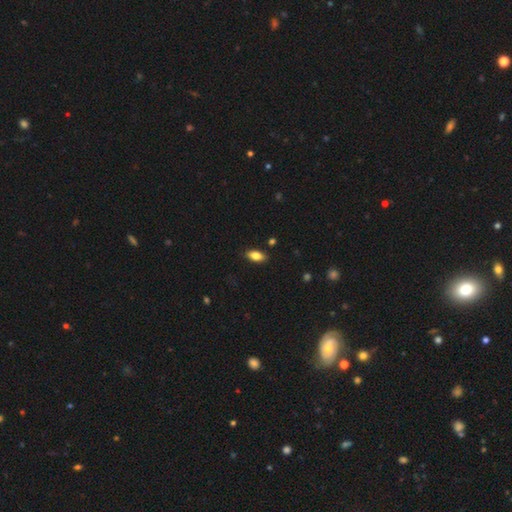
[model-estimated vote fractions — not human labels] smooth-or-featured: smooth: 81% | featured or disk: 11% | star or artifact: 8%
  how-rounded: in between: 88% | cigar-shaped: 9% | round: 3%
  merging: none: 86% | minor disturbance: 10% | major disturbance: 2% | merger: 1%